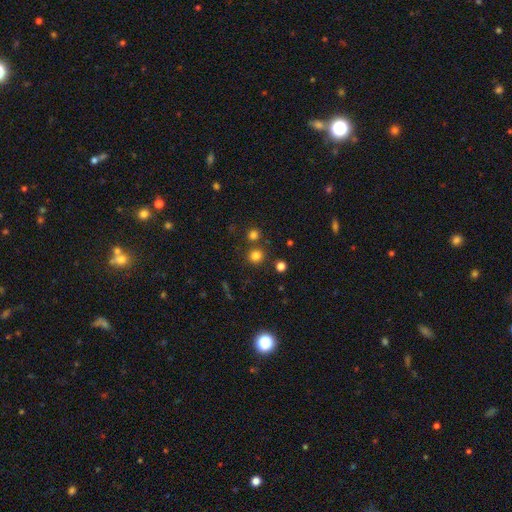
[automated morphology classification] The model was most divided on "smooth or featured": smooth: 78%, star or artifact: 17%, featured or disk: 5%. More confident: how rounded — round (91%); merging — none (80%).